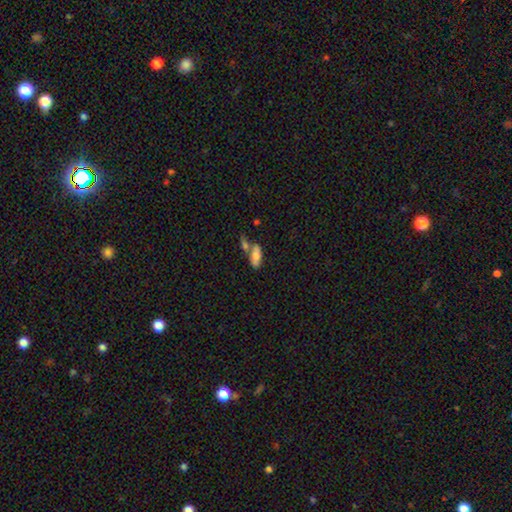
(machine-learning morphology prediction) Smooth or featured?
  - smooth: 71% *
  - featured or disk: 22%
  - star or artifact: 7%
How rounded?
  - in between: 78% *
  - cigar-shaped: 19%
  - round: 3%
Merging?
  - merger: 41% *
  - none: 40%
  - minor disturbance: 13%
  - major disturbance: 6%